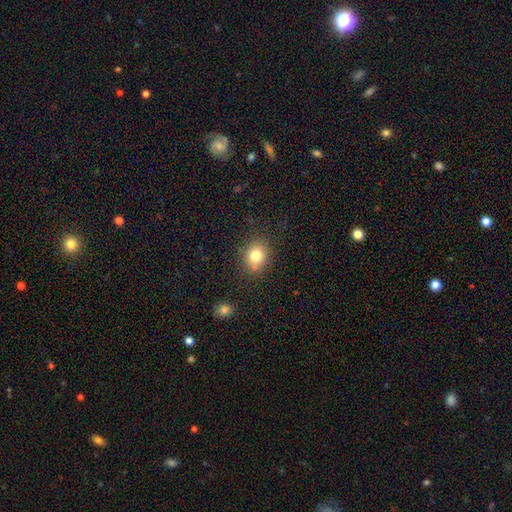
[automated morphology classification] This appears to be a smooth galaxy with no disk features (78%) that is round (68%). Merging: none (76%).